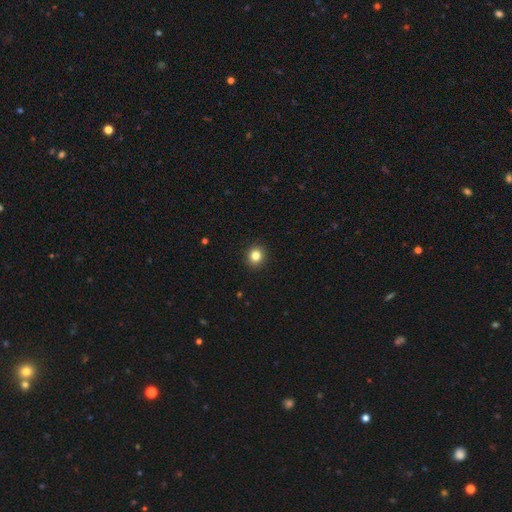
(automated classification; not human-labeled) Morphology: type=smooth (83%); roundness=round (83%); merging=none (92%).